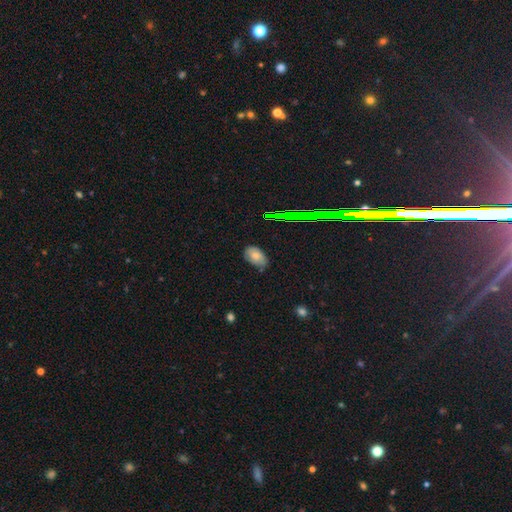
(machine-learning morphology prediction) type=smooth (72%); roundness=in between (91%); merging=none (58%).